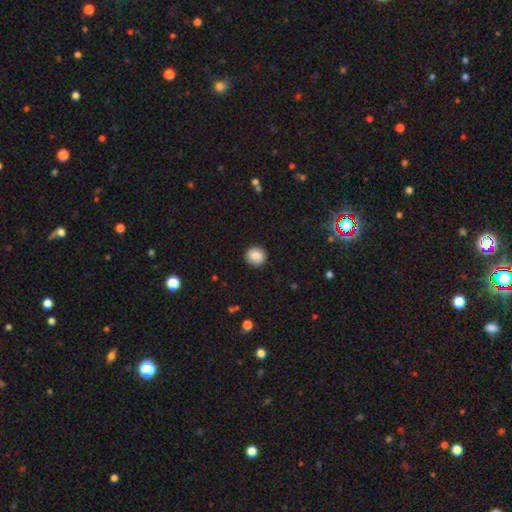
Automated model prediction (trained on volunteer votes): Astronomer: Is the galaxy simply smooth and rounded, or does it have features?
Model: smooth — 88%.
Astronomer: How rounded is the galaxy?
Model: round — 90%.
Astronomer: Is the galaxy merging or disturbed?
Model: none — 91%.